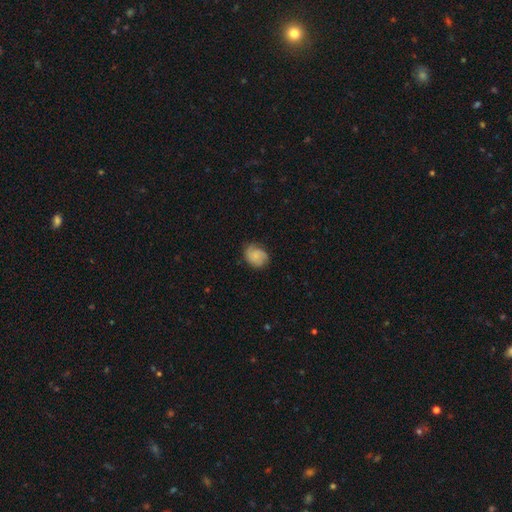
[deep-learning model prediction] smooth-or-featured: smooth: 58% | featured or disk: 34% | star or artifact: 8%
  how-rounded: in between: 52% | round: 47% | cigar-shaped: 1%
  merging: none: 72% | minor disturbance: 21% | major disturbance: 6% | merger: 1%